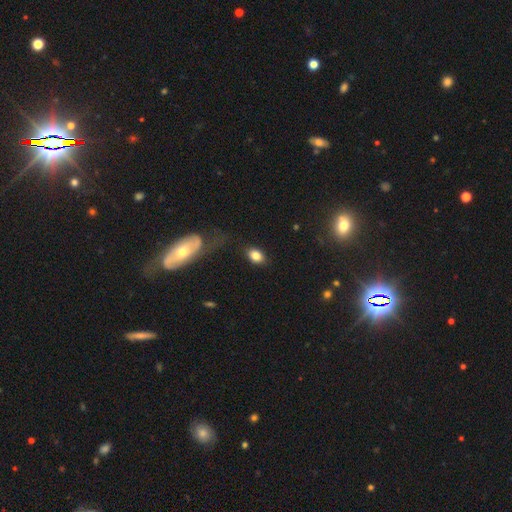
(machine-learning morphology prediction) smooth_or_featured: smooth (p=0.82) [alt: featured or disk p=0.09]
how_rounded: in between (p=0.76) [alt: round p=0.22]
merging: none (p=0.80) [alt: minor disturbance p=0.12]